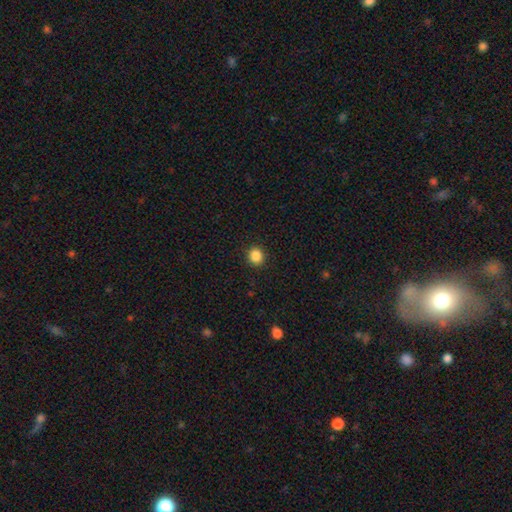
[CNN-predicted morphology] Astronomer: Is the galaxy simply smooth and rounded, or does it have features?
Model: smooth — 86%.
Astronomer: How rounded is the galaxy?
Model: round — 86%.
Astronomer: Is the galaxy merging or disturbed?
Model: none — 92%.